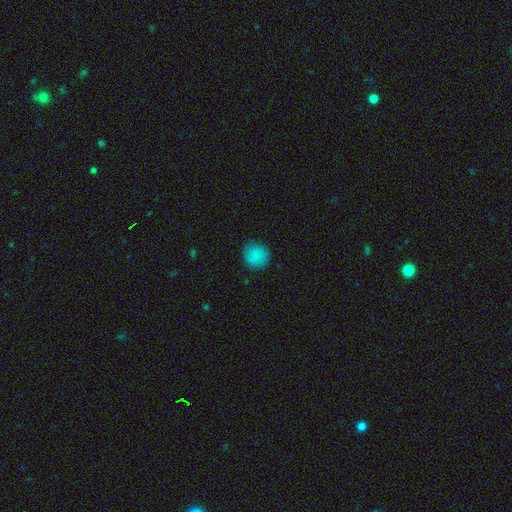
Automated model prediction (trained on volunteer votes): smooth-or-featured: smooth: 86% | star or artifact: 10% | featured or disk: 5%
  how-rounded: round: 91% | in between: 8% | cigar-shaped: 1%
  merging: none: 87% | minor disturbance: 10% | major disturbance: 2% | merger: 1%